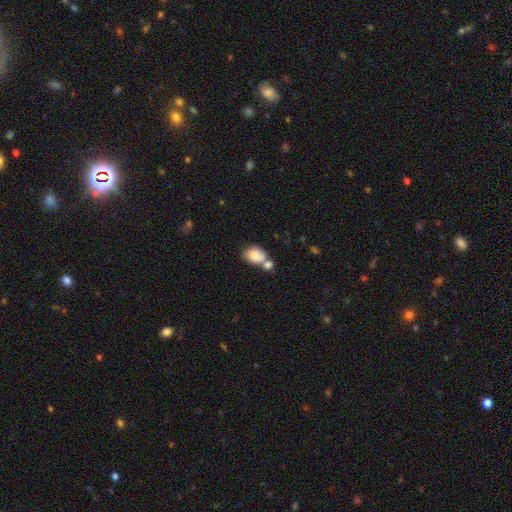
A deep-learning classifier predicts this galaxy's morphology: Smooth or featured?
  - smooth: 82% *
  - featured or disk: 10%
  - star or artifact: 7%
How rounded?
  - in between: 75% *
  - round: 24%
  - cigar-shaped: 1%
Merging?
  - merger: 51% *
  - none: 31%
  - minor disturbance: 12%
  - major disturbance: 6%